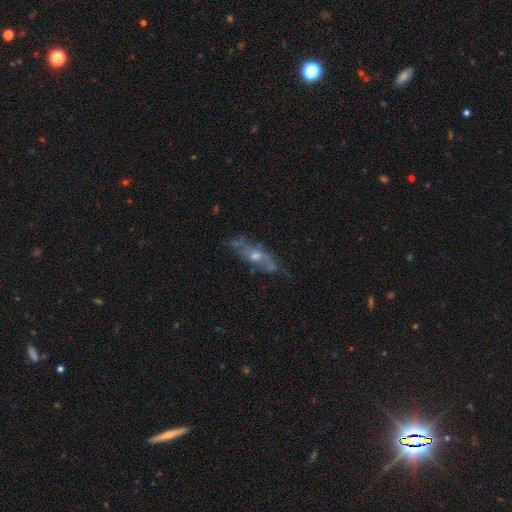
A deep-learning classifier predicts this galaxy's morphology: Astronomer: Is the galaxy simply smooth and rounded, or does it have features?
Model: featured or disk — 66%.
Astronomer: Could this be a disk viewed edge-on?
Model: no — 68%.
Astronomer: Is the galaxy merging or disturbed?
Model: none — 60%.